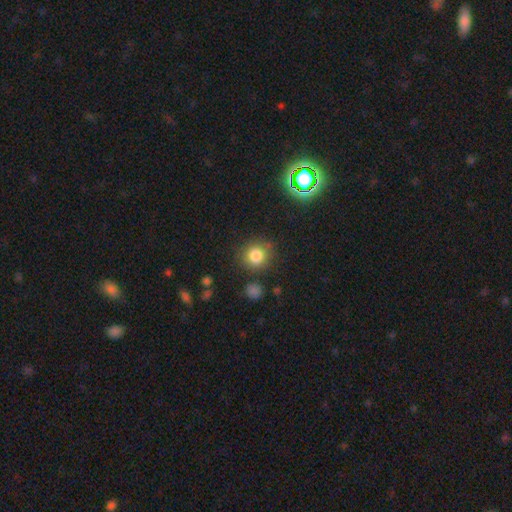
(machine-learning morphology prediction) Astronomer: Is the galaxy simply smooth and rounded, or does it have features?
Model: smooth — 82%.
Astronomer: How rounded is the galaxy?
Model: round — 87%.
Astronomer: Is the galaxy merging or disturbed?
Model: none — 81%.